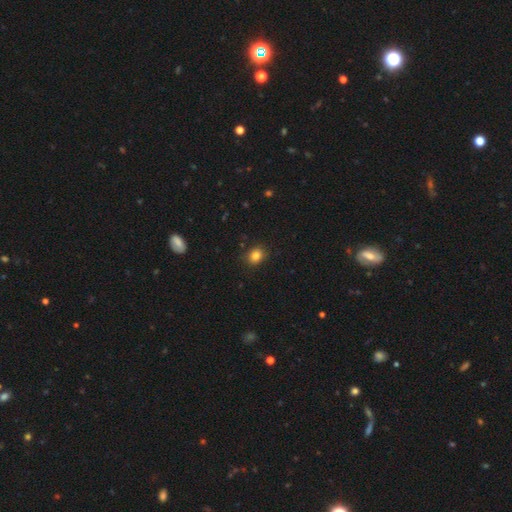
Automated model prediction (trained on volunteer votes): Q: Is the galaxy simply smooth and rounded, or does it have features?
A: smooth — 83%.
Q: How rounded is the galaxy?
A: round — 63%.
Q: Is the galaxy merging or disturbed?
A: none — 87%.